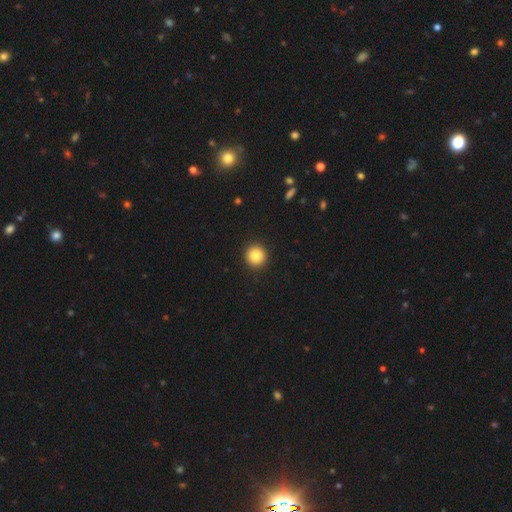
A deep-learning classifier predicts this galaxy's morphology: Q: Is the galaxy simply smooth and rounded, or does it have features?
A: smooth — 86%.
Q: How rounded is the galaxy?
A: round — 94%.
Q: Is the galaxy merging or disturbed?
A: none — 93%.